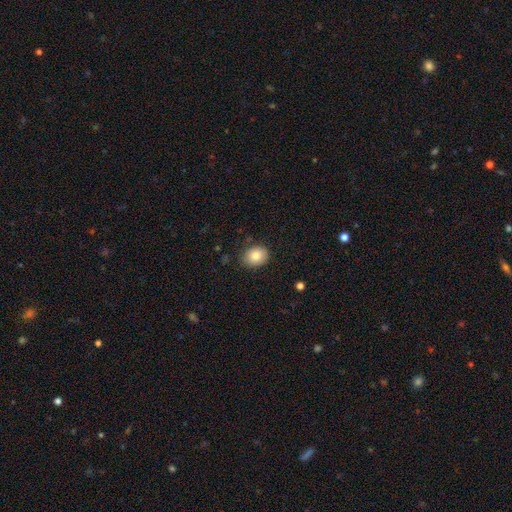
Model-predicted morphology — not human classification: Smooth or featured: smooth — 83% (featured or disk — 9%)
How rounded: in between — 51% (round — 49%)
Merging: none — 84% (minor disturbance — 13%)